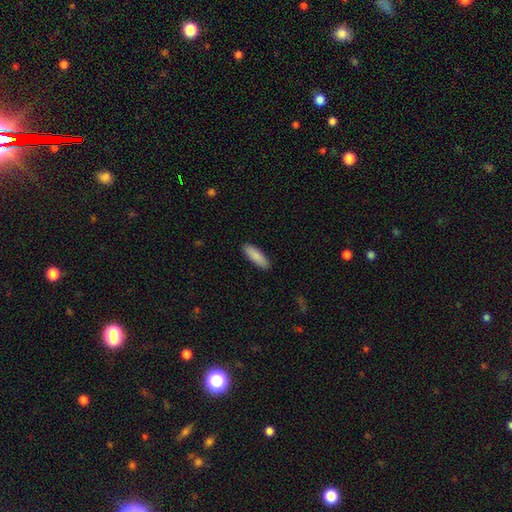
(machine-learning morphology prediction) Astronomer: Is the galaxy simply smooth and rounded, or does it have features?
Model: smooth — 88%.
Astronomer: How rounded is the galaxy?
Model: in between — 50% (runner-up: cigar-shaped, 49%).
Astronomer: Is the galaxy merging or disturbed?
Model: none — 90%.